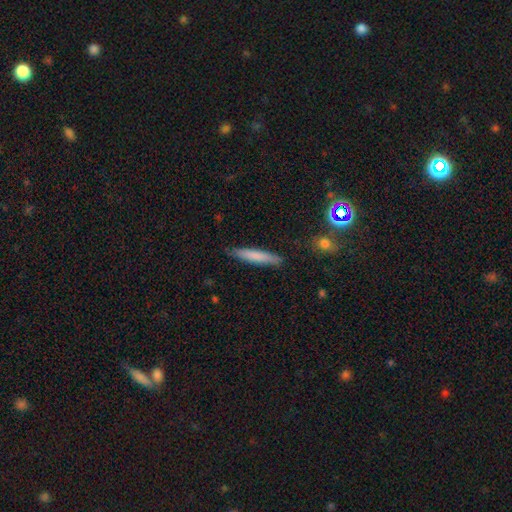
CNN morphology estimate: Overall: smooth (74%). How rounded: cigar-shaped (92%). Merging: none (85%).